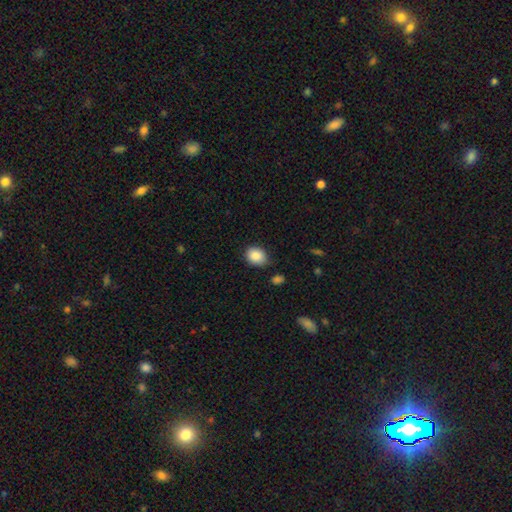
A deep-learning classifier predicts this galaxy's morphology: Smooth or featured?
  - smooth: 88% *
  - star or artifact: 8%
  - featured or disk: 4%
How rounded?
  - in between: 53% *
  - round: 47%
  - cigar-shaped: 1%
Merging?
  - none: 76% *
  - minor disturbance: 18%
  - major disturbance: 4%
  - merger: 2%